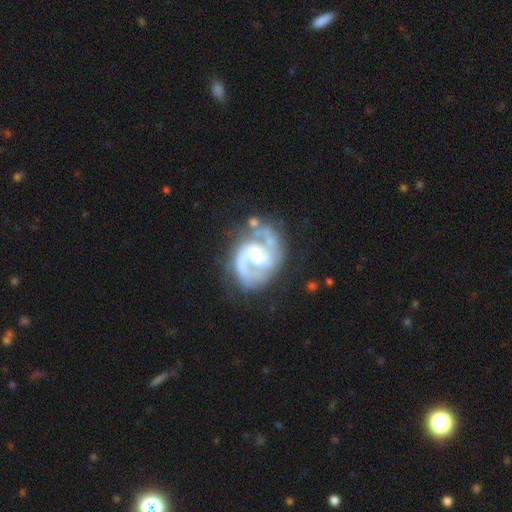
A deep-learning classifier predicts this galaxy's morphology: This is clearly a featured or disk galaxy (88%). It is clearly not viewed edge-on (98%). Bar: possibly weak (53%). Spiral arm pattern: clearly yes (95%). Spiral arm count: clearly 2 (82%). Spiral winding: possibly medium (54%). Central bulge: marginally moderate (44%). Merging: possibly none (60%).